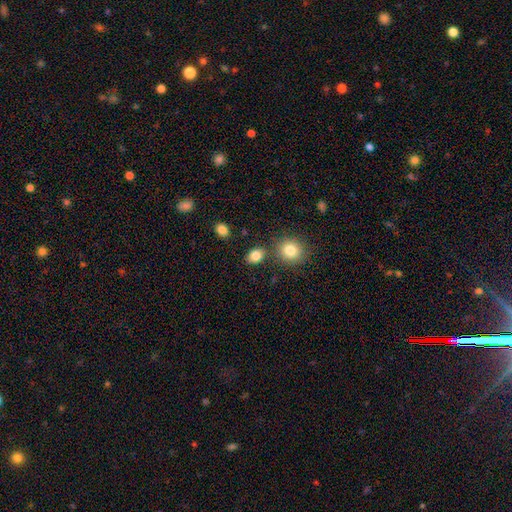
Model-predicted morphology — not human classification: Overall: smooth (84%). How rounded: in between (60%; round 38%). Merging: none (77%).